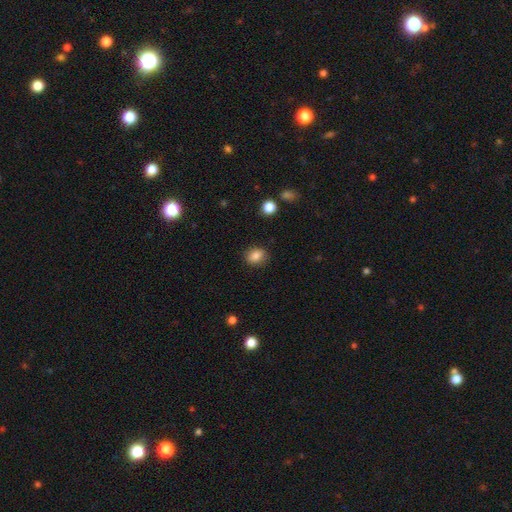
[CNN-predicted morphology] smooth-or-featured: smooth: 85% | star or artifact: 9% | featured or disk: 6%
  how-rounded: round: 54% | in between: 45% | cigar-shaped: 1%
  merging: none: 85% | minor disturbance: 11% | major disturbance: 3% | merger: 1%